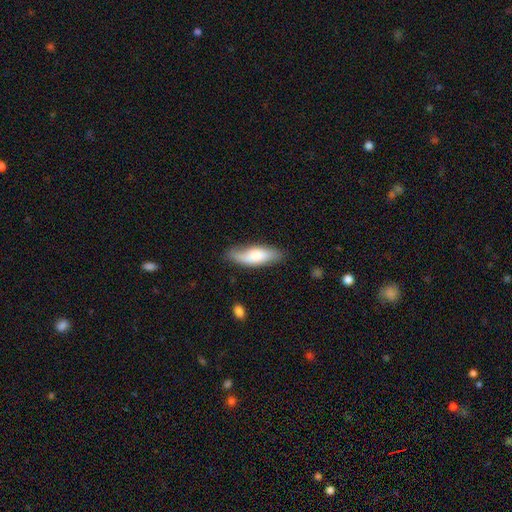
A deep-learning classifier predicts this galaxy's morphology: Smooth or featured? Predicted: smooth (p=0.68). How rounded? Predicted: in between (p=0.63). Merging? Predicted: none (p=0.70).